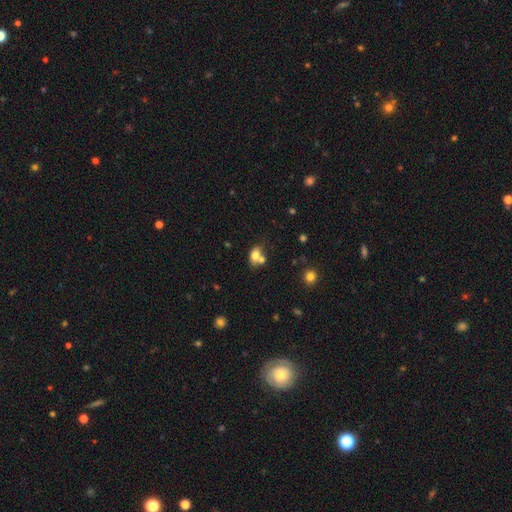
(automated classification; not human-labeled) A smooth galaxy with no disk features (74%) that is in between round and cigar-shaped (75%).

Vote fractions:
- Smooth or featured? smooth: 74% / featured or disk: 15% / star or artifact: 11%
- How rounded? in between: 75% / round: 23% / cigar-shaped: 2%
- Merging? merger: 43% / none: 40% / minor disturbance: 12% / major disturbance: 5%